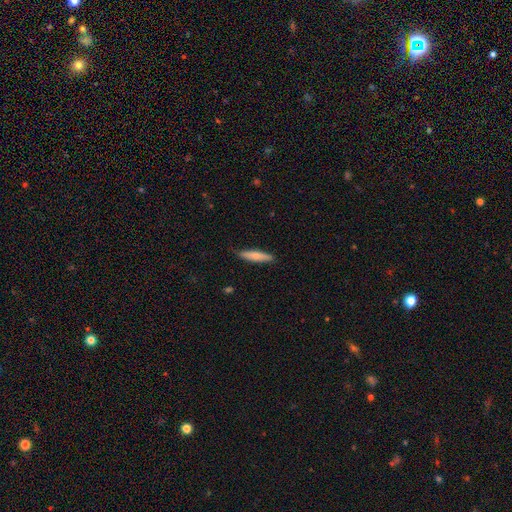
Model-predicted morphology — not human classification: smooth 68%, featured or disk 27%, star or artifact 5%. Down the decision tree: how rounded — cigar-shaped (83%); merging — none (83%).